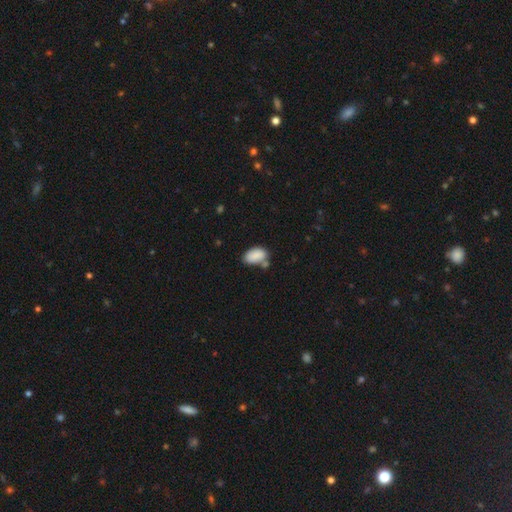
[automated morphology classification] type=smooth (87%); roundness=in between (93%); merging=none (54%).